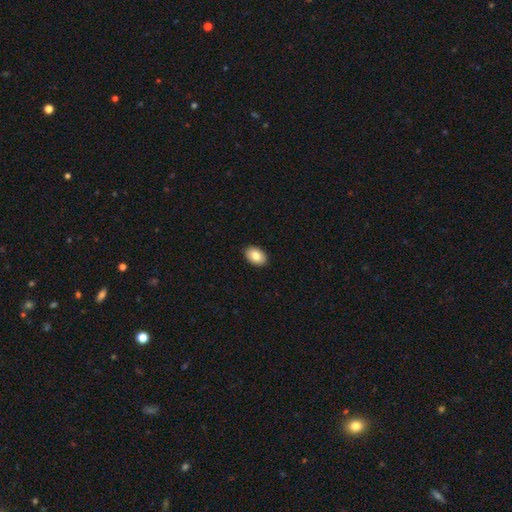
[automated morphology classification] smooth 85%, featured or disk 8%, star or artifact 7%. Down the decision tree: how rounded — in between (88%); merging — none (91%).